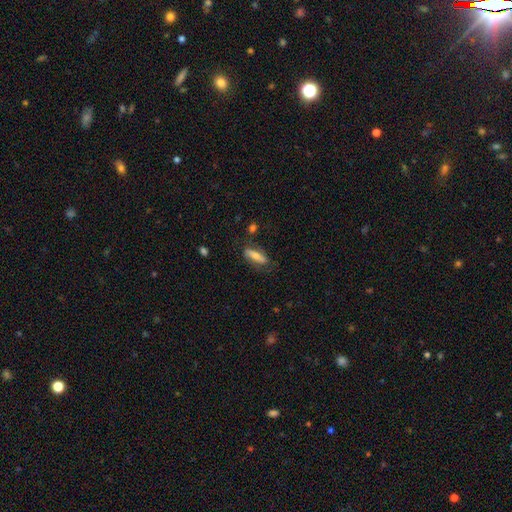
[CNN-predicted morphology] Smooth or featured?
  - smooth: 57% *
  - featured or disk: 36%
  - star or artifact: 7%
How rounded?
  - in between: 54% *
  - cigar-shaped: 44%
  - round: 3%
Merging?
  - none: 66% *
  - minor disturbance: 21%
  - major disturbance: 10%
  - merger: 3%